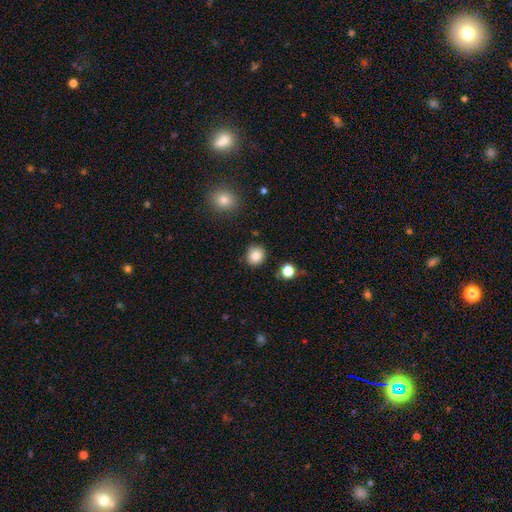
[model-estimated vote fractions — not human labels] The model was most divided on "how rounded": round: 86%, in between: 13%, cigar-shaped: 1%. More confident: merging — none (87%); smooth or featured — smooth (85%).